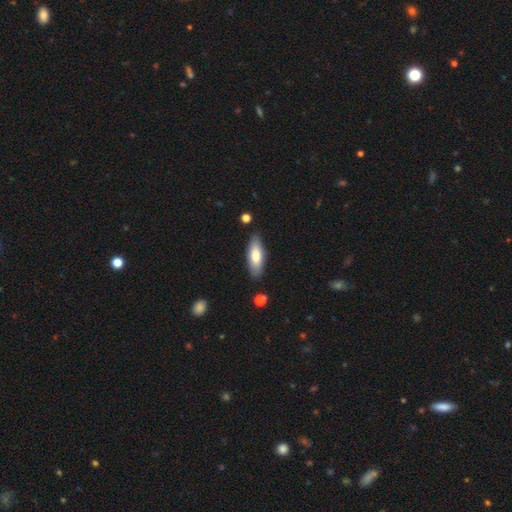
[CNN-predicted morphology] Smooth or featured? Predicted: smooth (p=0.73). How rounded? Predicted: in between (p=0.66). Merging? Predicted: none (p=0.85).